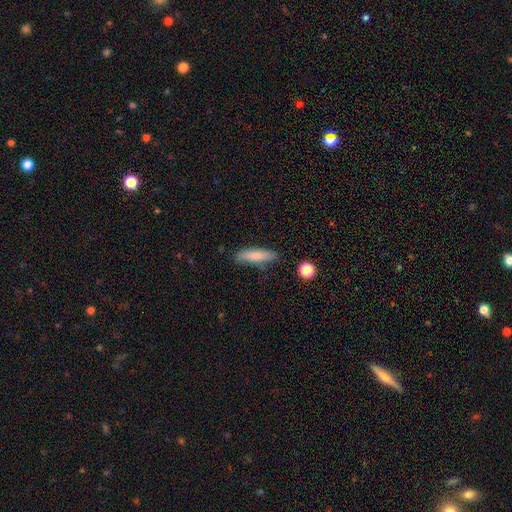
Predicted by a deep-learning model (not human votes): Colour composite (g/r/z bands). It shows a smooth galaxy with no disk features (76%) that is cigar-shaped (74%). Merging: none (82%).